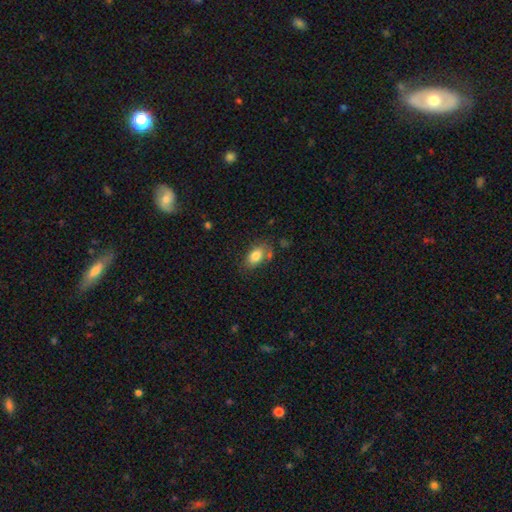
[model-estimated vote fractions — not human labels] A smooth galaxy with no disk features (81%) that is in between round and cigar-shaped (89%). Merging: none (62%).